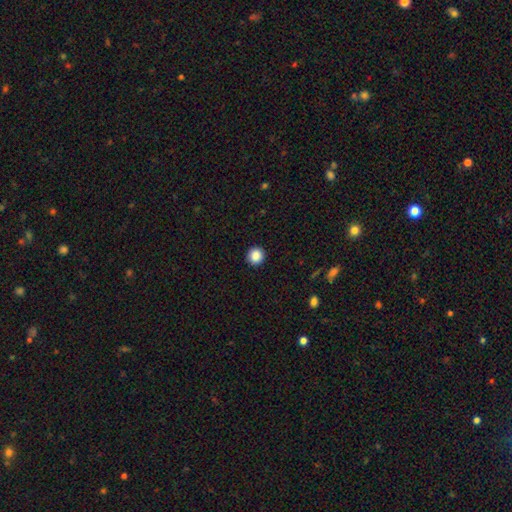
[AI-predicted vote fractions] Q: Smooth or featured?
A: smooth (88%); runner-up: star or artifact (9%)
Q: How rounded?
A: round (95%); runner-up: in between (4%)
Q: Merging?
A: none (92%); runner-up: minor disturbance (5%)